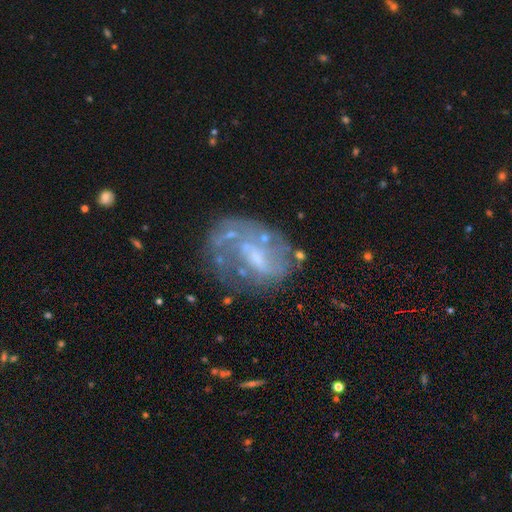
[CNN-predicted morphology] smooth_or_featured: featured or disk (p=0.68) [alt: smooth p=0.21]
disk_edge_on: no (p=0.96) [alt: yes p=0.04]
bar: no (p=0.43) [alt: weak p=0.41]
has_spiral_arms: yes (p=0.51) [alt: no p=0.49]
bulge_size: small (p=0.40) [alt: none p=0.28]
merging: none (p=0.49) [alt: major disturbance p=0.23]